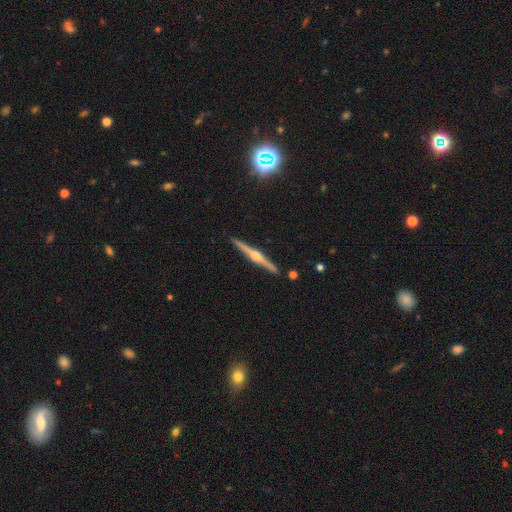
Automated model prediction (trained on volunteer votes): Smooth or featured: featured or disk — 84% (smooth — 10%)
Edge-on disk: yes — 99% (no — 1%)
Edge-on bulge: rounded — 92% (boxy — 4%)
Merging: none — 92% (minor disturbance — 5%)